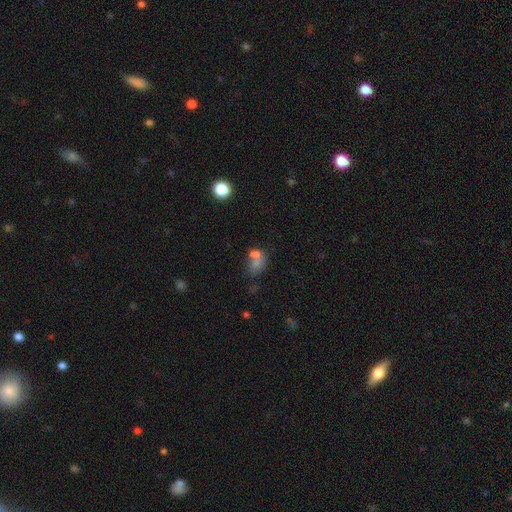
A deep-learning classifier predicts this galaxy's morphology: This is likely a smooth galaxy (68%). How rounded: likely in between (69%). Merging: possibly merger (56%).